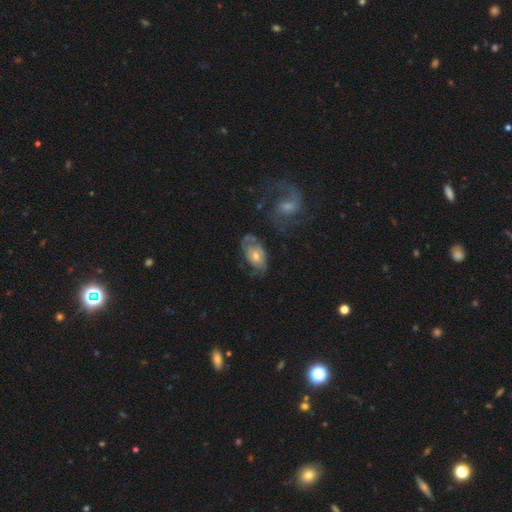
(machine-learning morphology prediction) Smooth or featured?
  - featured or disk: 64% *
  - smooth: 27%
  - star or artifact: 9%
Edge-on disk?
  - no: 95% *
  - yes: 5%
Bar?
  - no: 73% *
  - weak: 22%
  - strong: 5%
Spiral arms?
  - yes: 75% *
  - no: 25%
Bulge size?
  - moderate: 55% *
  - small: 36%
  - large: 5%
  - none: 3%
  - dominant: 1%
Merging?
  - none: 51% *
  - minor disturbance: 25%
  - major disturbance: 17%
  - merger: 7%